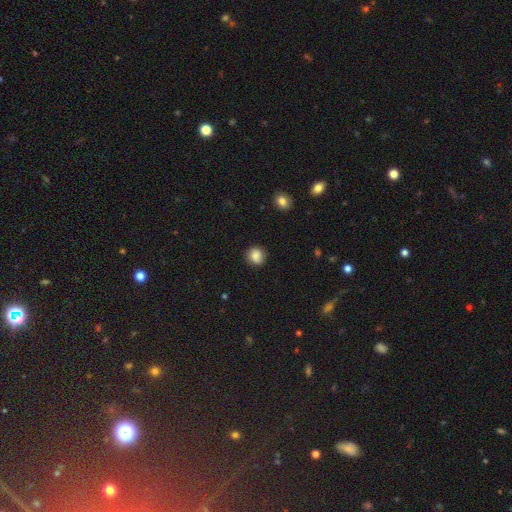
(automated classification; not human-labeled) A smooth galaxy with no disk features (84%) that is round (87%).

Vote fractions:
- Smooth or featured? smooth: 84% / star or artifact: 10% / featured or disk: 6%
- How rounded? round: 87% / in between: 12% / cigar-shaped: 1%
- Merging? none: 84% / minor disturbance: 12% / major disturbance: 3% / merger: 2%